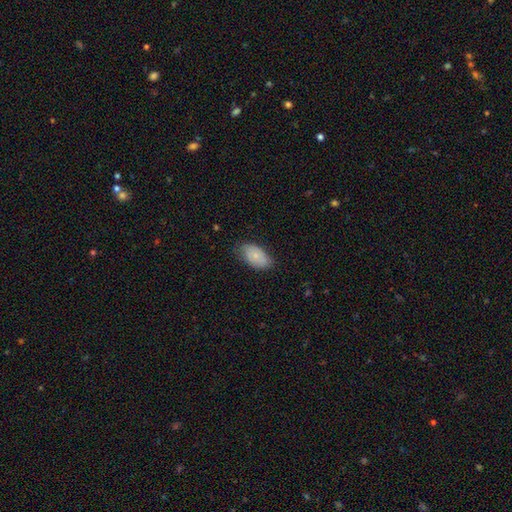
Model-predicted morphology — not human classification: Q: Smooth or featured?
A: smooth (77%); runner-up: featured or disk (16%)
Q: How rounded?
A: in between (94%); runner-up: round (4%)
Q: Merging?
A: none (73%); runner-up: minor disturbance (22%)